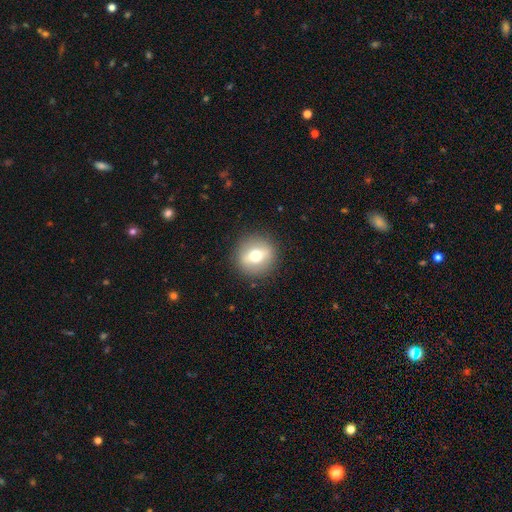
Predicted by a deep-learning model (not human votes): A smooth galaxy with no disk features (55%) that is round (91%). Merging: none (89%).